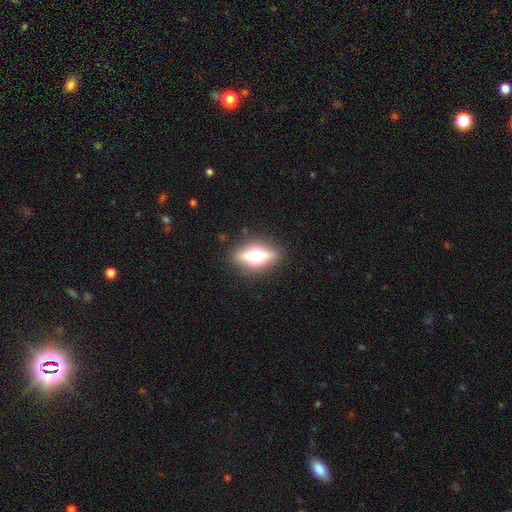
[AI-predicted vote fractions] Q: Smooth or featured?
A: featured or disk (46%); runner-up: smooth (45%)
Q: Merging?
A: none (87%); runner-up: minor disturbance (9%)